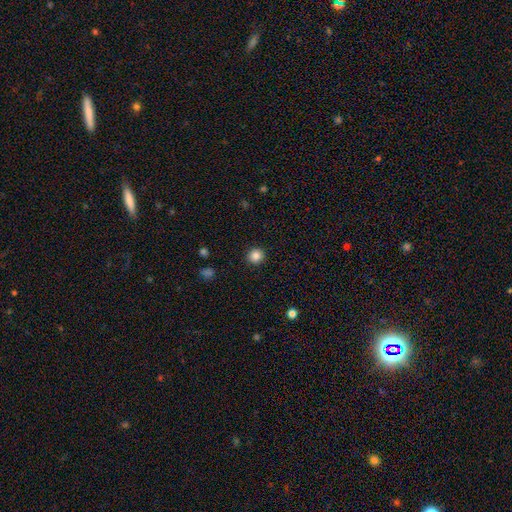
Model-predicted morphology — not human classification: smooth 85%, star or artifact 11%, featured or disk 4%. Down the decision tree: how rounded — round (92%); merging — none (92%).